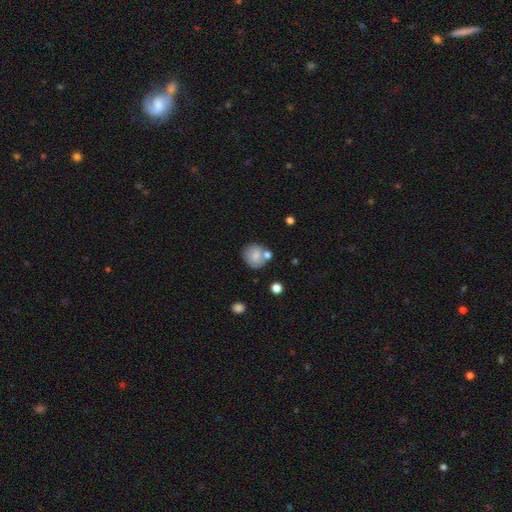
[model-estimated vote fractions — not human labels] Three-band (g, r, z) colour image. It shows a smooth galaxy with no disk features (75%) that is round (81%). Merging: none (60%).